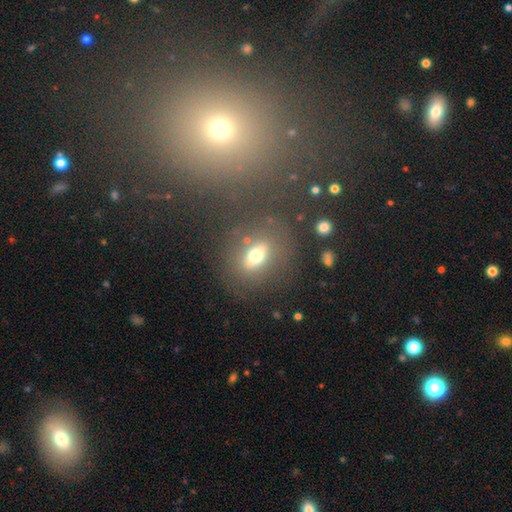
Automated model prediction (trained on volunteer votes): A smooth galaxy with no disk features (57%) that is in between round and cigar-shaped (63%).

Vote fractions:
- Smooth or featured? smooth: 57% / featured or disk: 28% / star or artifact: 14%
- How rounded? in between: 63% / round: 31% / cigar-shaped: 6%
- Merging? none: 67% / minor disturbance: 14% / major disturbance: 12% / merger: 8%